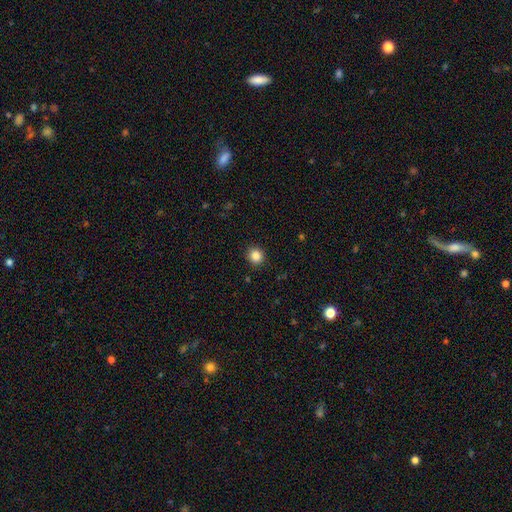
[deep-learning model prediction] smooth 85%, star or artifact 11%, featured or disk 4%. Down the decision tree: how rounded — round (91%); merging — none (91%).